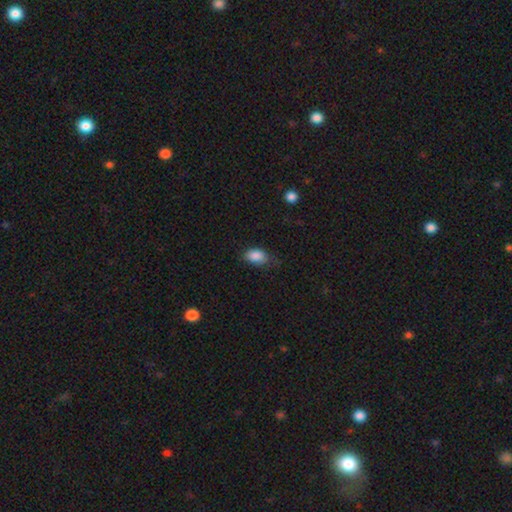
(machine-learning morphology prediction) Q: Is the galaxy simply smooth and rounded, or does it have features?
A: smooth — 87%.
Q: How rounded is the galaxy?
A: in between — 88%.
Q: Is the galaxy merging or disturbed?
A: none — 62%.